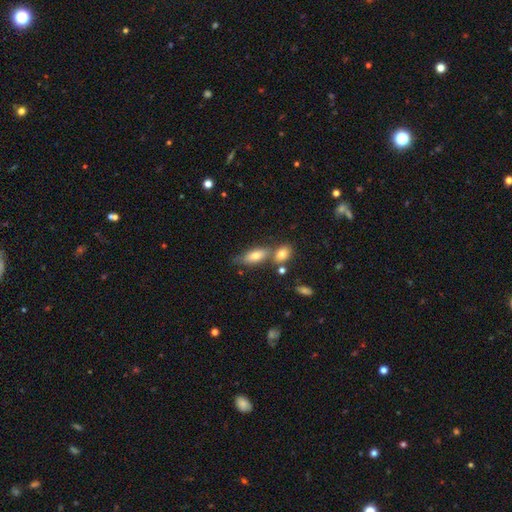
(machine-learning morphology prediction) This is likely a smooth galaxy (72%). How rounded: likely in between (74%). Merging: possibly none (52%).